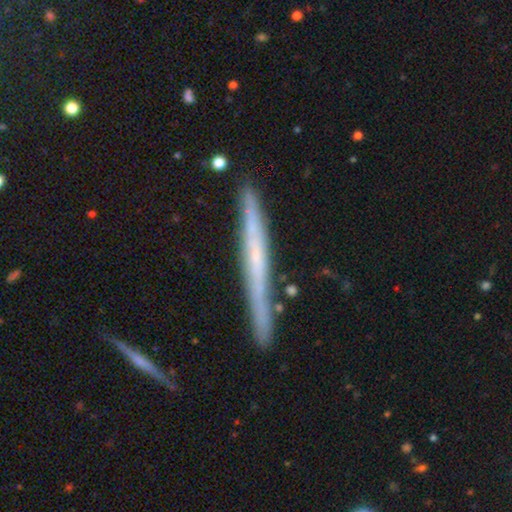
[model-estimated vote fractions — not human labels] A featured or disk galaxy (61%) viewed edge-on (95%) with no central bulge (79%).

Vote fractions:
- Smooth or featured? featured or disk: 61% / smooth: 32% / star or artifact: 8%
- Edge-on disk? yes: 95% / no: 5%
- Edge-on bulge? none: 79% / rounded: 16% / boxy: 5%
- Merging? none: 86% / minor disturbance: 10% / merger: 2% / major disturbance: 2%